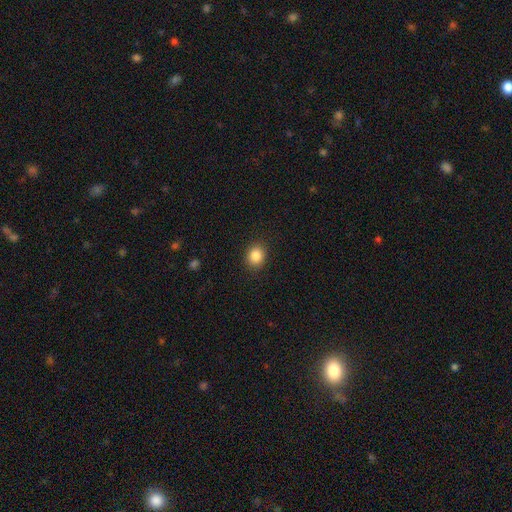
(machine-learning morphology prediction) Smooth or featured?
  - smooth: 86% *
  - star or artifact: 10%
  - featured or disk: 5%
How rounded?
  - round: 67% *
  - in between: 32%
  - cigar-shaped: 1%
Merging?
  - none: 90% *
  - minor disturbance: 7%
  - major disturbance: 2%
  - merger: 1%